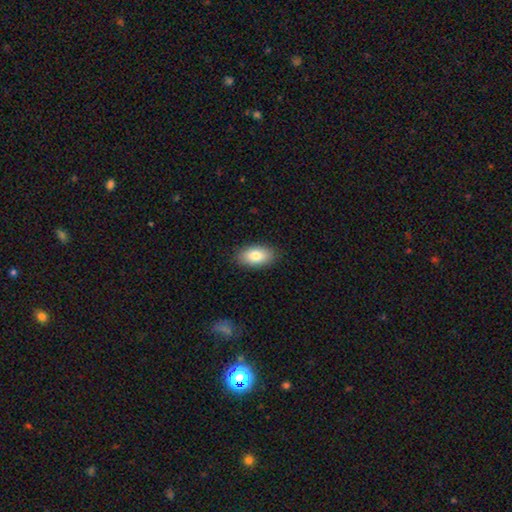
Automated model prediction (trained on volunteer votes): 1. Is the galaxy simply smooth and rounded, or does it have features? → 83% smooth, 11% featured or disk, 7% star or artifact.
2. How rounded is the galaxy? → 93% in between, 4% round, 2% cigar-shaped.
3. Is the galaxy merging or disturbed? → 88% none, 9% minor disturbance, 2% major disturbance, 1% merger.